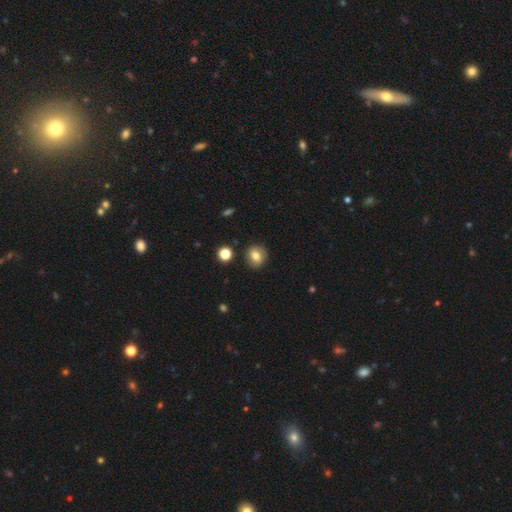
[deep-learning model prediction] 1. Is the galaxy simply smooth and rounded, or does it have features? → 77% smooth, 12% featured or disk, 10% star or artifact.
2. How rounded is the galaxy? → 72% round, 26% in between, 1% cigar-shaped.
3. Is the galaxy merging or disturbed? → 85% none, 10% minor disturbance, 2% major disturbance, 2% merger.